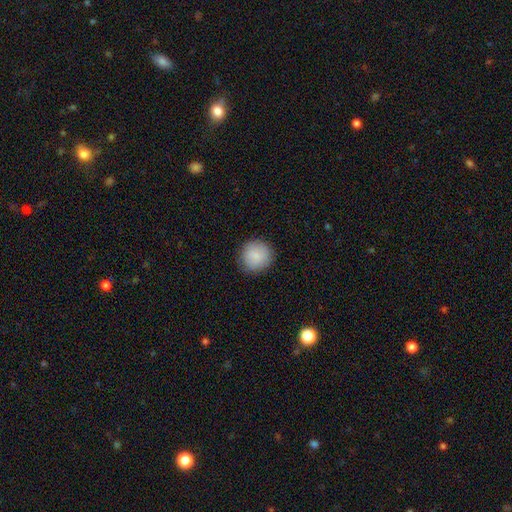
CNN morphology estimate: A smooth galaxy with no disk features (88%) that is round (92%).

Vote fractions:
- Smooth or featured? smooth: 88% / star or artifact: 7% / featured or disk: 5%
- How rounded? round: 92% / in between: 7% / cigar-shaped: 1%
- Merging? none: 88% / minor disturbance: 9% / major disturbance: 2% / merger: 1%